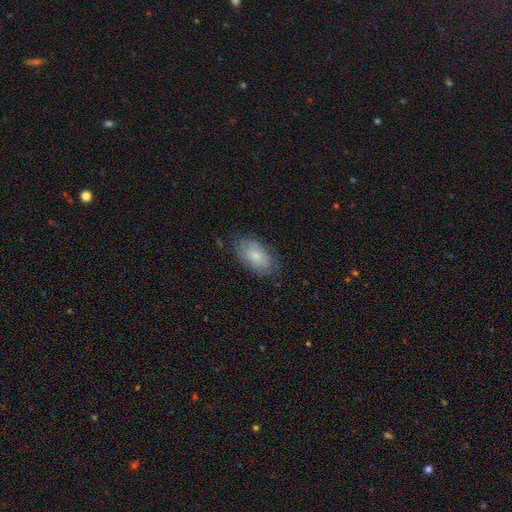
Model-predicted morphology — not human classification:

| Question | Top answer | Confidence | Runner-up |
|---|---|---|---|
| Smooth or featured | smooth | 75% | featured or disk (18%) |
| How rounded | in between | 93% | round (5%) |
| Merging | none | 76% | minor disturbance (18%) |